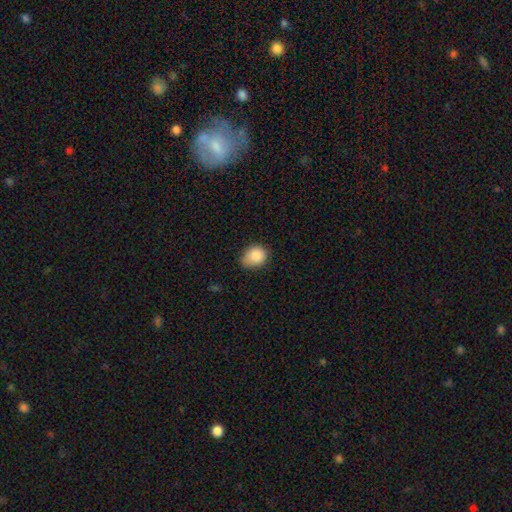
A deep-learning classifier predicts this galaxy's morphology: This is clearly a smooth galaxy (87%). How rounded: possibly round (54%). Merging: likely none (66%).